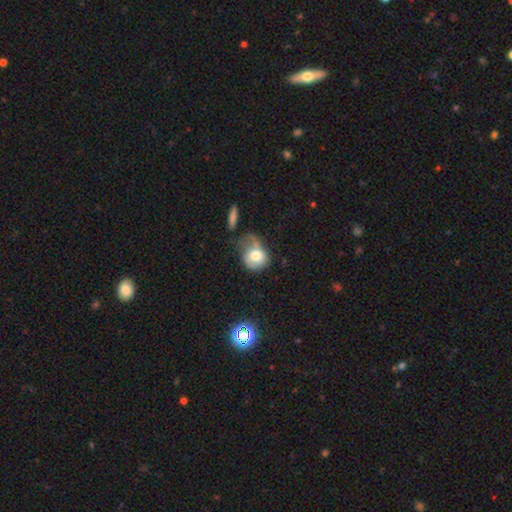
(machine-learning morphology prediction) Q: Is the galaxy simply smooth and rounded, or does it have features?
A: smooth — 60%.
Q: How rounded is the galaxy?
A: round — 62%.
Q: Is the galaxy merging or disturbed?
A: major disturbance — 34%.